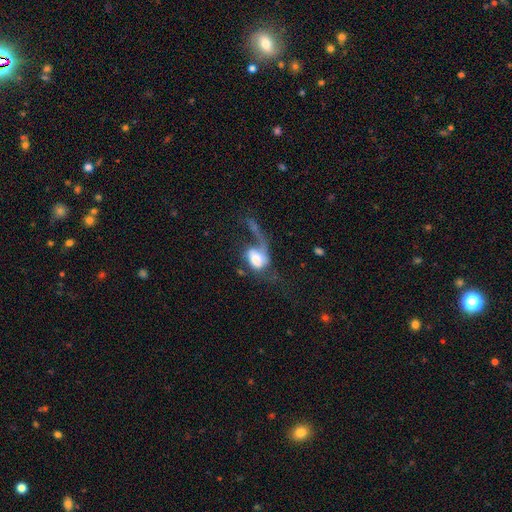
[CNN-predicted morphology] Smooth or featured: featured or disk — 48% (smooth — 44%)
Merging: major disturbance — 61% (none — 17%)